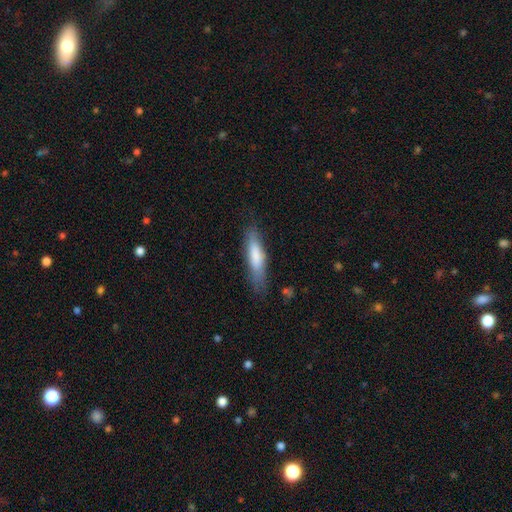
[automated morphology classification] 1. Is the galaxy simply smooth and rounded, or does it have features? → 74% smooth, 20% featured or disk, 6% star or artifact.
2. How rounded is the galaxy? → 77% cigar-shaped, 22% in between, 1% round.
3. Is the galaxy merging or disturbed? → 75% none, 18% minor disturbance, 5% major disturbance, 2% merger.